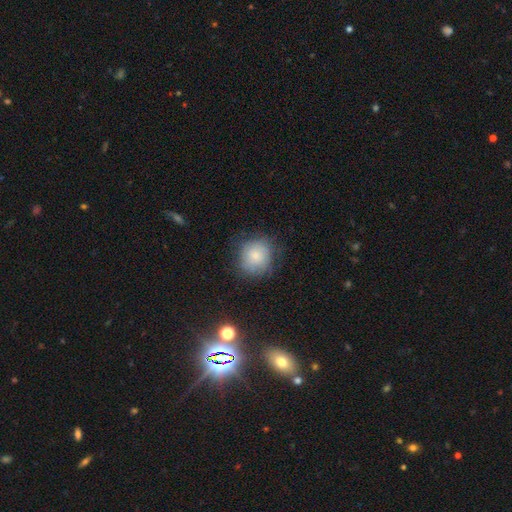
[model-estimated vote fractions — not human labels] A smooth galaxy with no disk features (78%) that is round (87%). Merging: none (72%).